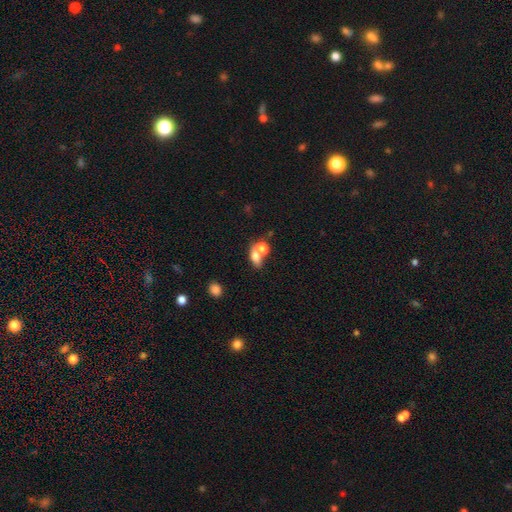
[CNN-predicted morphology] Smooth or featured? smooth (70%)
How rounded? in between (61%)
Merging? merger (56%)